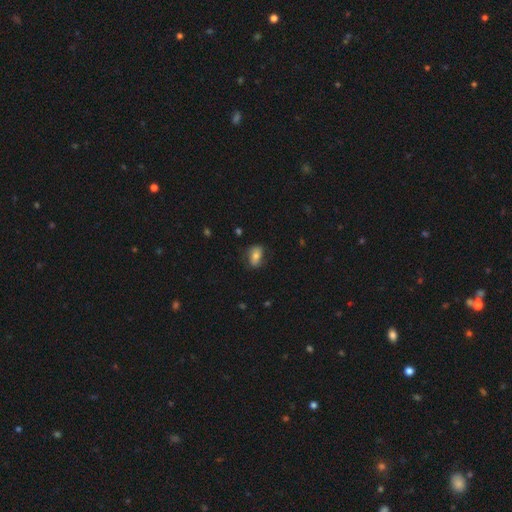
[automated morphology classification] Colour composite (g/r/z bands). It shows a smooth galaxy with no disk features (71%) that is in between round and cigar-shaped (83%). Merging: none (71%).